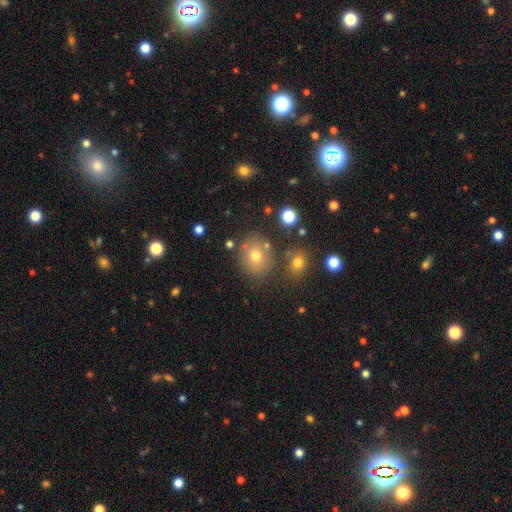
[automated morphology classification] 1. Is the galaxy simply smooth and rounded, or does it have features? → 70% smooth, 15% star or artifact, 14% featured or disk.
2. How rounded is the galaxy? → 64% round, 35% in between, 1% cigar-shaped.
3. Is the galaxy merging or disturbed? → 76% none, 11% minor disturbance, 9% merger, 4% major disturbance.